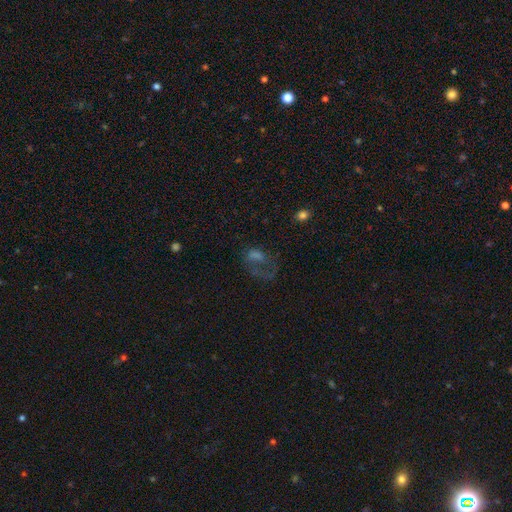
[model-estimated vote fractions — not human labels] Morphology: type=featured or disk (41%); merging=major disturbance (47%).